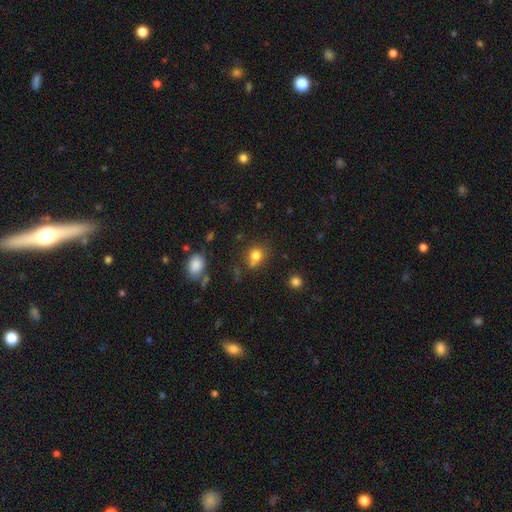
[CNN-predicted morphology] A smooth galaxy with no disk features (78%) that is round (70%).

Vote fractions:
- Smooth or featured? smooth: 78% / star or artifact: 14% / featured or disk: 9%
- How rounded? round: 70% / in between: 29% / cigar-shaped: 1%
- Merging? none: 58% / merger: 18% / minor disturbance: 18% / major disturbance: 6%